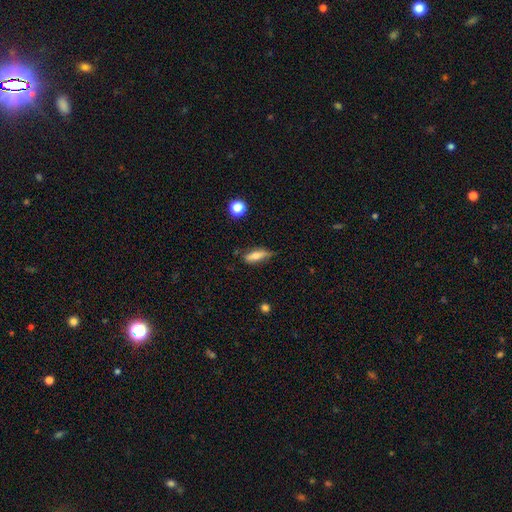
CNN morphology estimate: smooth-or-featured: smooth: 70% | featured or disk: 23% | star or artifact: 8%
  how-rounded: cigar-shaped: 50% | in between: 46% | round: 3%
  merging: none: 66% | minor disturbance: 27% | major disturbance: 5% | merger: 2%